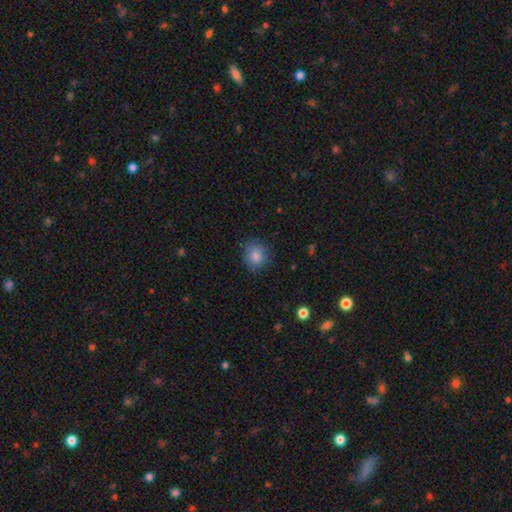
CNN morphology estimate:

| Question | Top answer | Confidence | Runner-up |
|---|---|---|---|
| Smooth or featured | smooth | 84% | star or artifact (10%) |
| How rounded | round | 80% | in between (19%) |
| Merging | none | 82% | minor disturbance (14%) |